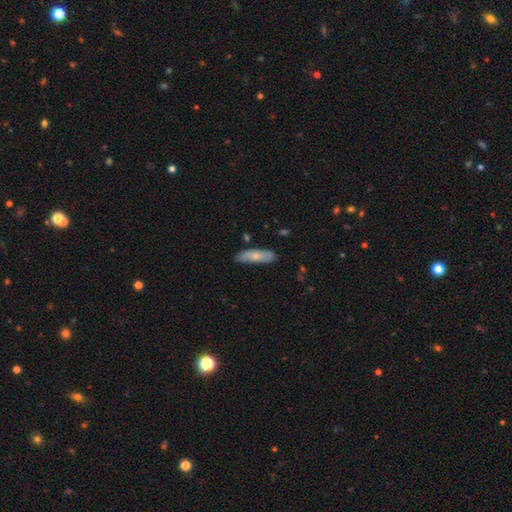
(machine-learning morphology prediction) Smooth or featured?
  - smooth: 69% *
  - featured or disk: 25%
  - star or artifact: 6%
How rounded?
  - cigar-shaped: 63% *
  - in between: 36%
  - round: 2%
Merging?
  - none: 81% *
  - minor disturbance: 14%
  - major disturbance: 2%
  - merger: 2%